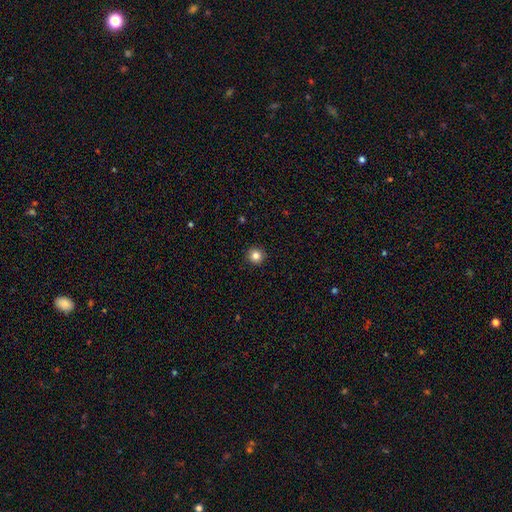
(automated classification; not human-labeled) smooth_or_featured: smooth (p=0.83) [alt: star or artifact p=0.11]
how_rounded: round (p=0.95) [alt: in between p=0.04]
merging: none (p=0.93) [alt: minor disturbance p=0.05]